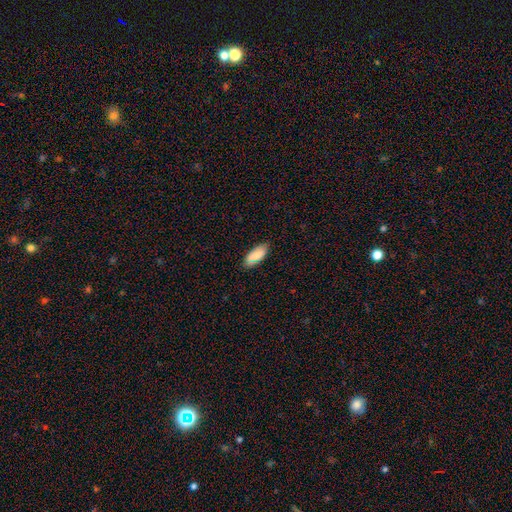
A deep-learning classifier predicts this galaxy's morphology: Smooth or featured? Predicted: smooth (p=0.85). How rounded? Predicted: in between (p=0.83). Merging? Predicted: none (p=0.80).